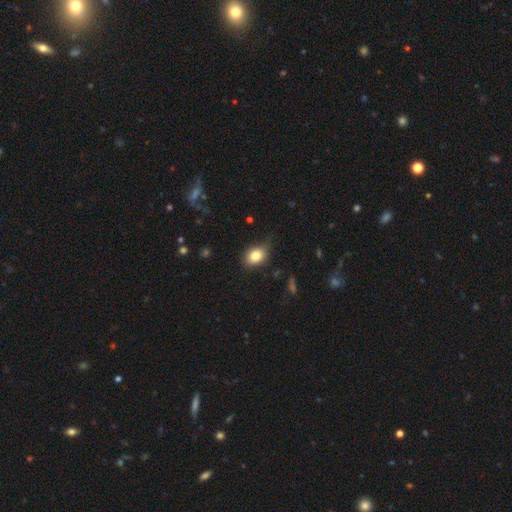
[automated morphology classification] Q: Smooth or featured?
A: smooth (82%); runner-up: star or artifact (9%)
Q: How rounded?
A: in between (69%); runner-up: round (30%)
Q: Merging?
A: none (72%); runner-up: minor disturbance (22%)